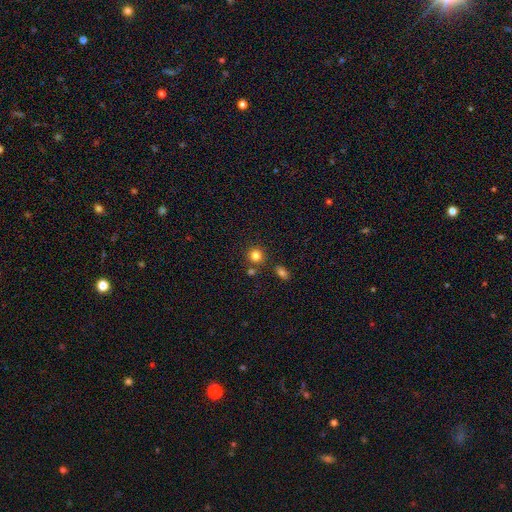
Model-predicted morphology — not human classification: Q: Smooth or featured?
A: smooth (82%); runner-up: star or artifact (12%)
Q: How rounded?
A: round (88%); runner-up: in between (11%)
Q: Merging?
A: none (78%); runner-up: merger (10%)